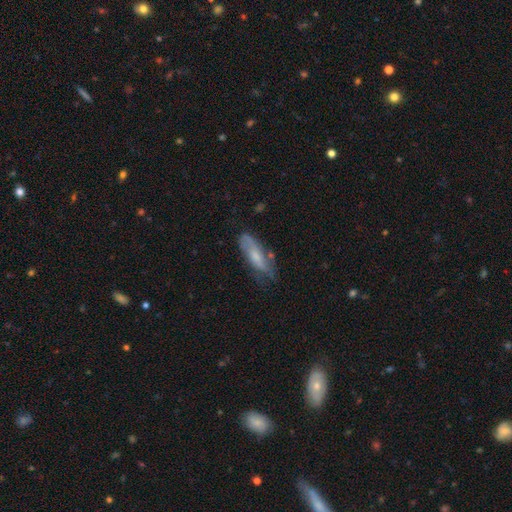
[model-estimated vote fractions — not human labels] smooth 55%, featured or disk 38%, star or artifact 7%. Down the decision tree: how rounded — in between (54%); merging — none (56%).